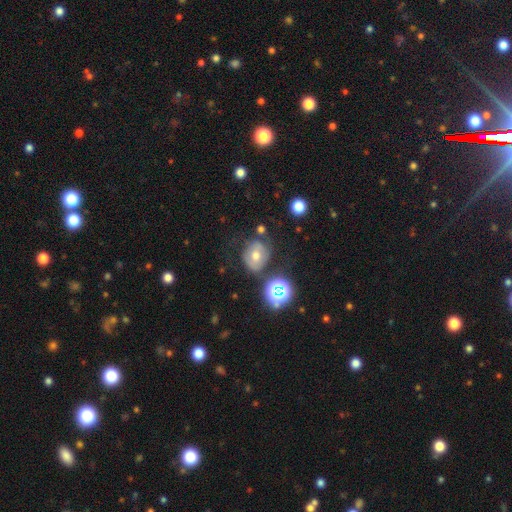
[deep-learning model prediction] smooth-or-featured: smooth: 45% | featured or disk: 35% | star or artifact: 20%
  merging: none: 63% | minor disturbance: 20% | major disturbance: 10% | merger: 7%